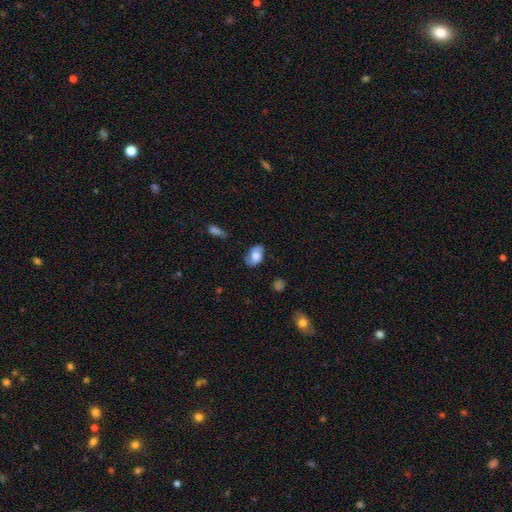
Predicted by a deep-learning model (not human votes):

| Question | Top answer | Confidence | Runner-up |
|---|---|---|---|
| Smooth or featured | smooth | 58% | featured or disk (34%) |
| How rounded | in between | 88% | round (11%) |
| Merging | none | 72% | minor disturbance (21%) |